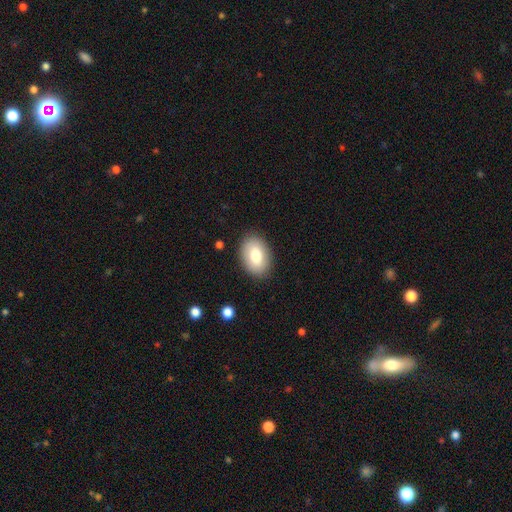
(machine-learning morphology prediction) This is likely a smooth galaxy (78%). How rounded: clearly in between (85%). Merging: clearly none (87%).